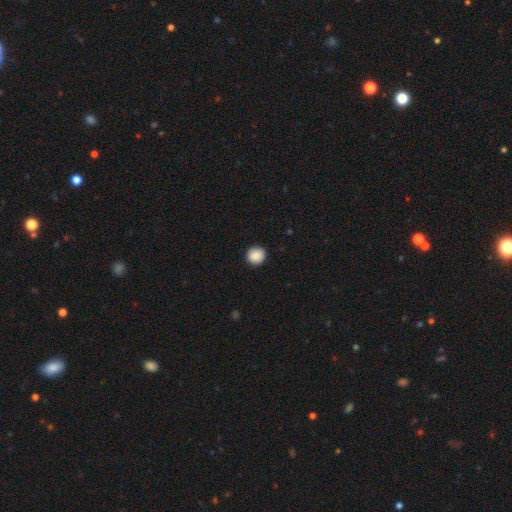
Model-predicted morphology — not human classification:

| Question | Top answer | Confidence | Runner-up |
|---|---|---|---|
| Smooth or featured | smooth | 89% | star or artifact (8%) |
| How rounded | round | 93% | in between (6%) |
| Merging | none | 92% | minor disturbance (6%) |